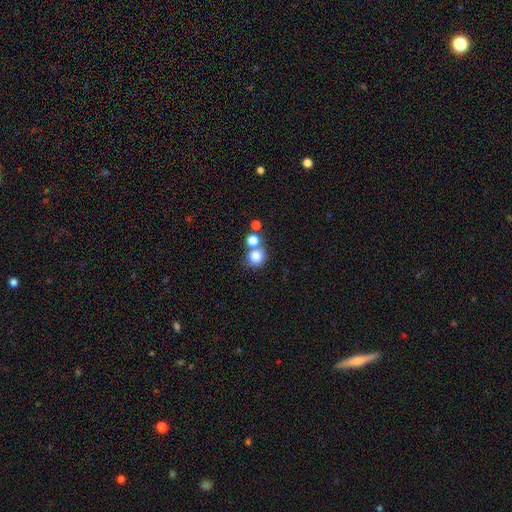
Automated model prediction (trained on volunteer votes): smooth_or_featured: smooth (p=0.79) [alt: star or artifact p=0.13]
how_rounded: round (p=0.85) [alt: in between p=0.14]
merging: none (p=0.56) [alt: merger p=0.32]